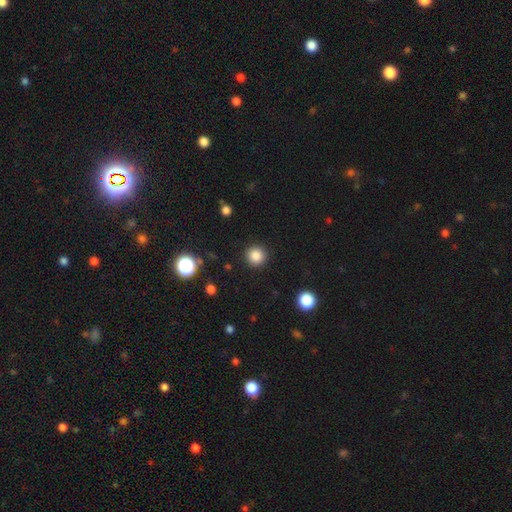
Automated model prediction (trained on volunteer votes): Morphology: type=smooth (84%); roundness=round (95%); merging=none (91%).